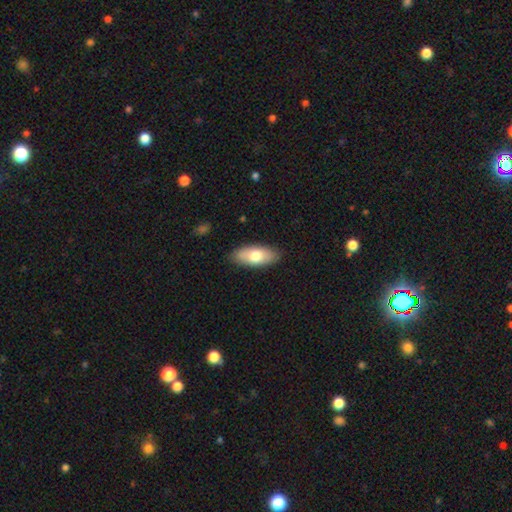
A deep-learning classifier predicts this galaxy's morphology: Smooth or featured? smooth (72%)
How rounded? in between (86%)
Merging? none (85%)